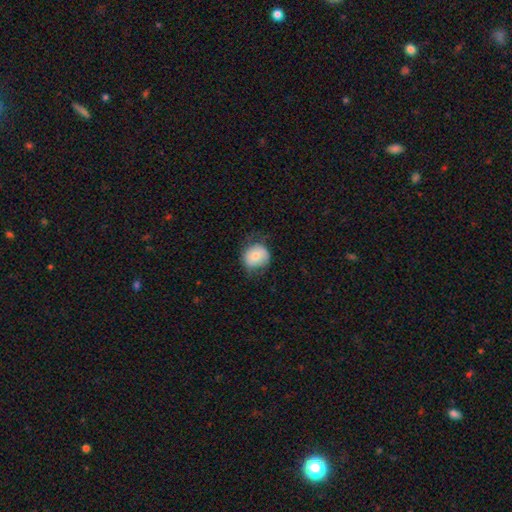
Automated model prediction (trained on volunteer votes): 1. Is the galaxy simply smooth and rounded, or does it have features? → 73% smooth, 19% featured or disk, 8% star or artifact.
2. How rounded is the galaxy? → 78% round, 21% in between, 1% cigar-shaped.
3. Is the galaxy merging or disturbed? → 62% none, 27% minor disturbance, 11% major disturbance, 1% merger.